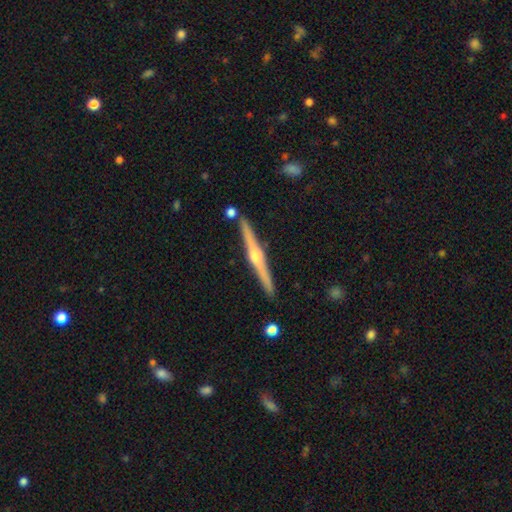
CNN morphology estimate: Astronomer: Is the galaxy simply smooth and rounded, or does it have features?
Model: featured or disk — 84%.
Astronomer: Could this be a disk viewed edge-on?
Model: yes — 98%.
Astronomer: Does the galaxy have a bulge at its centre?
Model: rounded — 91%.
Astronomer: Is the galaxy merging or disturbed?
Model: none — 90%.